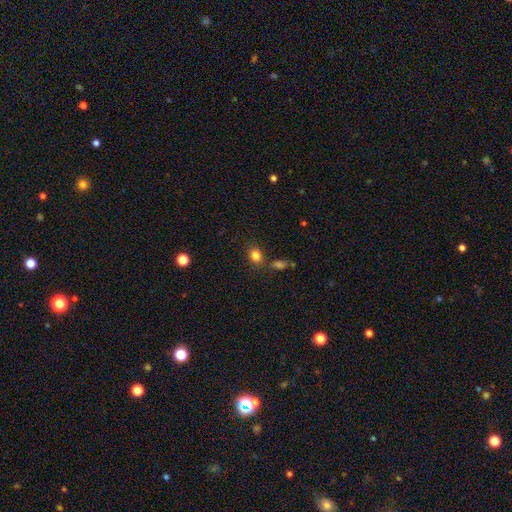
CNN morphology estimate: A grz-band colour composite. It shows a smooth galaxy with no disk features (83%) that is in between round and cigar-shaped (53%). Merging: none (76%).